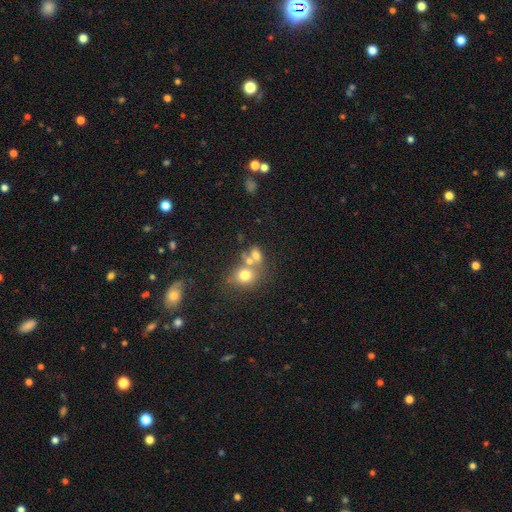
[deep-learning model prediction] smooth_or_featured: smooth (p=0.68) [alt: featured or disk p=0.17]
how_rounded: in between (p=0.55) [alt: round p=0.43]
merging: merger (p=0.50) [alt: none p=0.34]